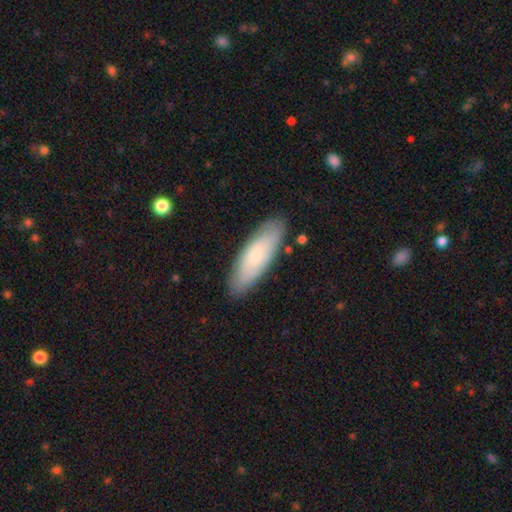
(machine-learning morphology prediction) smooth-or-featured: smooth: 66% | featured or disk: 28% | star or artifact: 6%
  how-rounded: in between: 56% | cigar-shaped: 43% | round: 2%
  merging: none: 86% | minor disturbance: 11% | major disturbance: 2% | merger: 1%